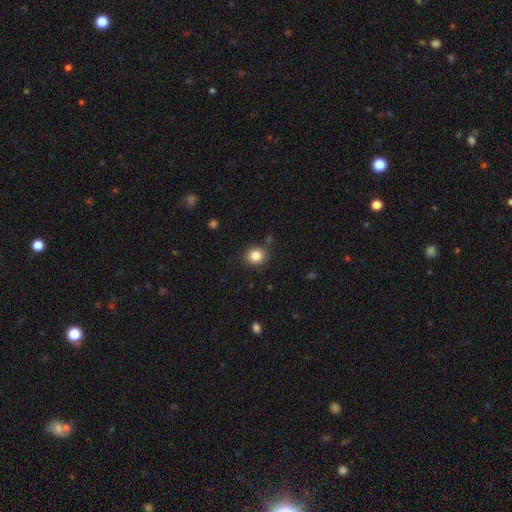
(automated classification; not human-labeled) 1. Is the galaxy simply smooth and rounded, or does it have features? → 85% smooth, 10% star or artifact, 5% featured or disk.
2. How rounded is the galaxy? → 81% round, 19% in between, 1% cigar-shaped.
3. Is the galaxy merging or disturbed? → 85% none, 10% minor disturbance, 3% major disturbance, 2% merger.